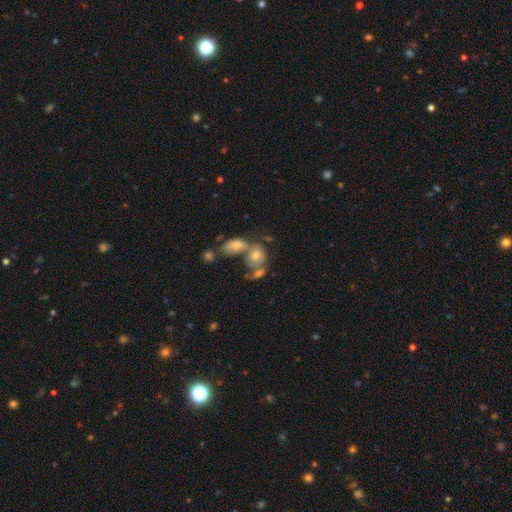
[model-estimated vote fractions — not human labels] Smooth or featured? smooth (64%)
How rounded? in between (59%)
Merging? merger (51%)